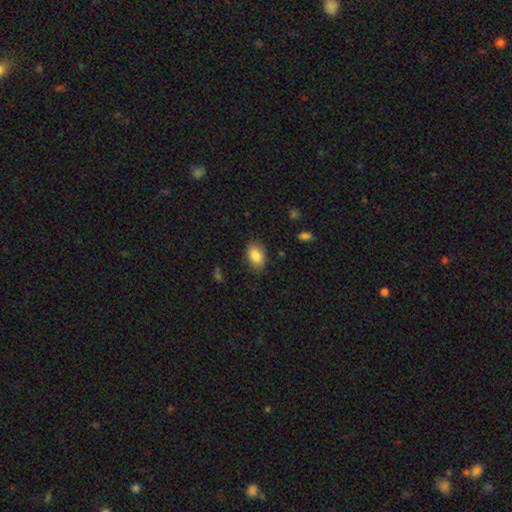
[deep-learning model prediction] Smooth or featured? smooth (85%)
How rounded? in between (86%)
Merging? none (82%)